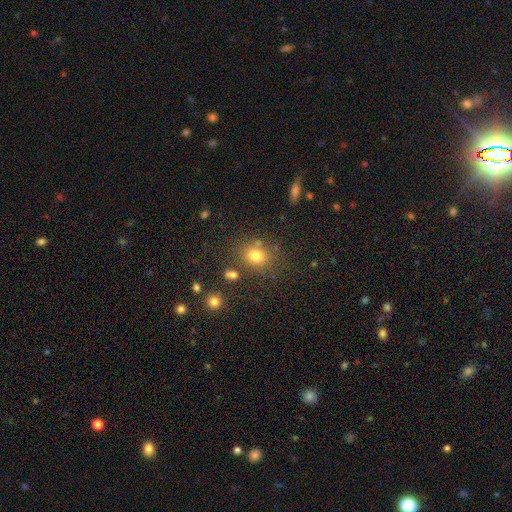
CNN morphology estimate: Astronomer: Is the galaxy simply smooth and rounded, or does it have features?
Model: smooth — 77%.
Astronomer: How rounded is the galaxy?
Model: round — 63%.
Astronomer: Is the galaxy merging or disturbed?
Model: none — 74%.